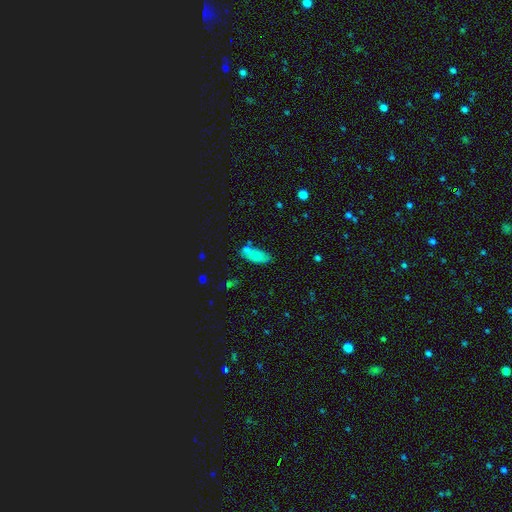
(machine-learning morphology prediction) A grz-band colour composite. It shows a smooth galaxy with no disk features (78%) that is in between round and cigar-shaped (83%). Merging: none (59%).